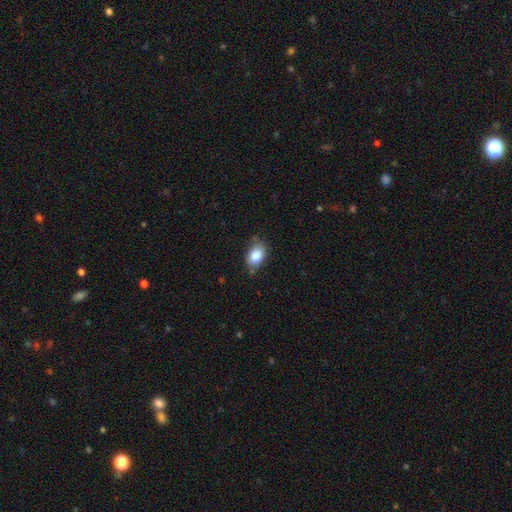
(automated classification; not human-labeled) This is clearly a smooth galaxy (84%). How rounded: clearly in between (84%). Merging: likely none (69%).